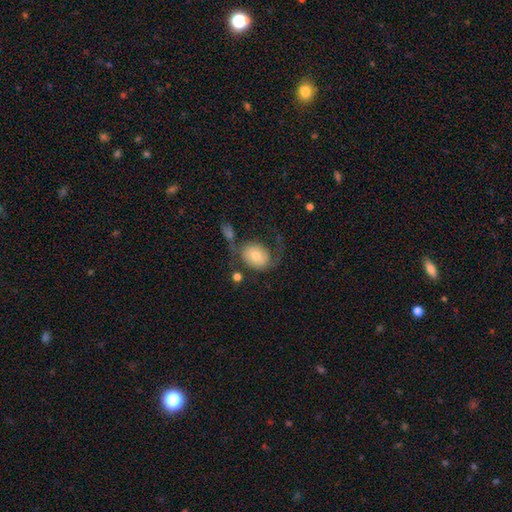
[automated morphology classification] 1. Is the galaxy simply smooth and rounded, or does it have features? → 54% smooth, 38% featured or disk, 8% star or artifact.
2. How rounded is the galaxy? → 51% round, 48% in between, 1% cigar-shaped.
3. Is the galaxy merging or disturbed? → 41% none, 28% major disturbance, 18% minor disturbance, 13% merger.